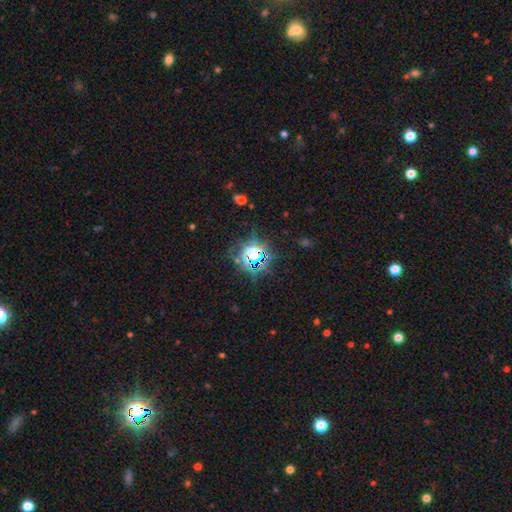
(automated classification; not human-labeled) Smooth or featured? star or artifact (77%)